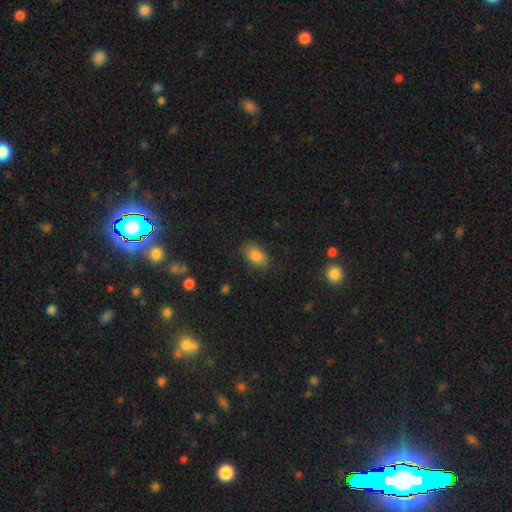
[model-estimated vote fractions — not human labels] Smooth or featured? Predicted: smooth (p=0.86). How rounded? Predicted: in between (p=0.90). Merging? Predicted: none (p=0.81).